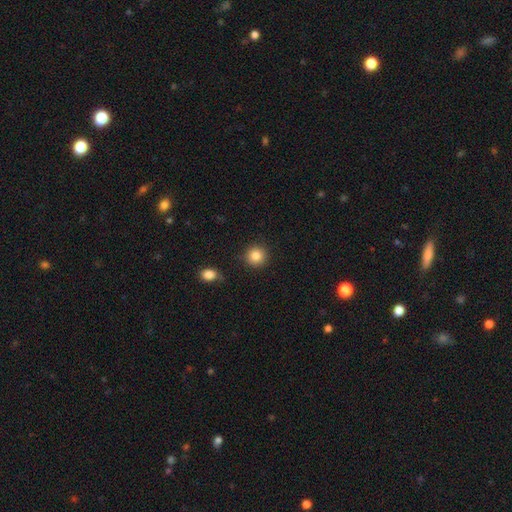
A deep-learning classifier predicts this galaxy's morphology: smooth-or-featured: smooth: 85% | star or artifact: 10% | featured or disk: 5%
  how-rounded: round: 93% | in between: 6% | cigar-shaped: 1%
  merging: none: 88% | minor disturbance: 7% | major disturbance: 2% | merger: 2%